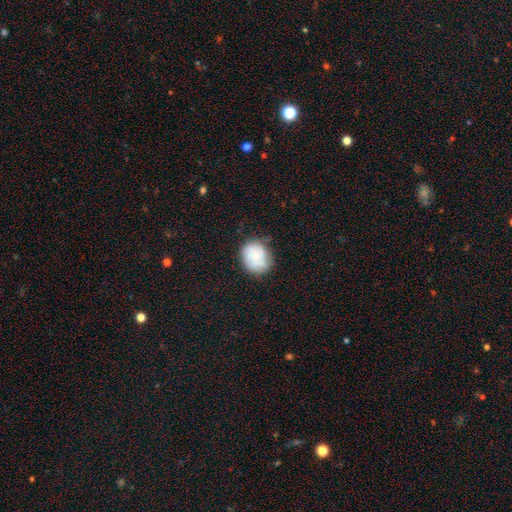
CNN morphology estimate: Smooth or featured?
  - smooth: 54% *
  - featured or disk: 38%
  - star or artifact: 8%
How rounded?
  - round: 68% *
  - in between: 31%
  - cigar-shaped: 1%
Merging?
  - none: 63% *
  - minor disturbance: 27%
  - major disturbance: 8%
  - merger: 2%